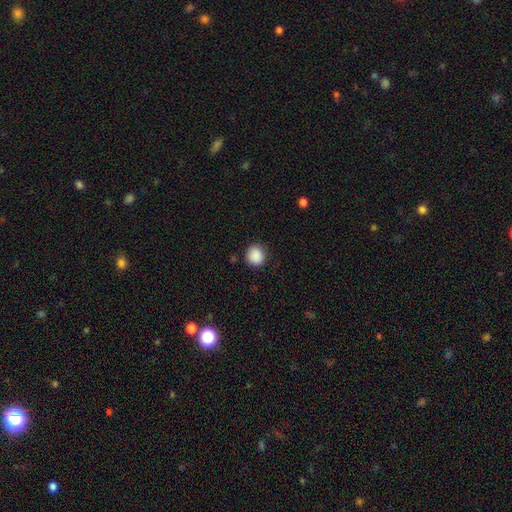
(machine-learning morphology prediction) Overall: smooth (89%). How rounded: round (79%). Merging: none (86%).